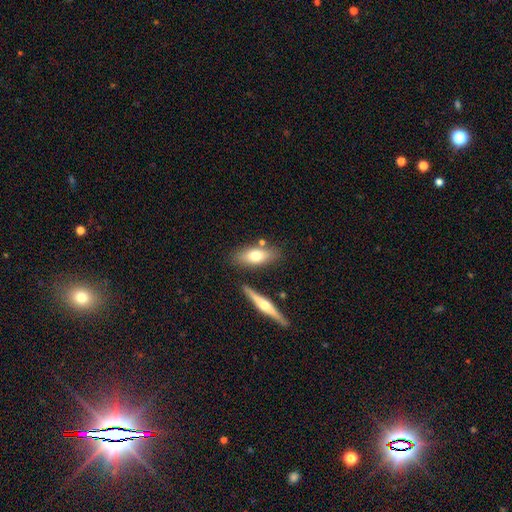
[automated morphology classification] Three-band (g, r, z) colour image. It shows a smooth galaxy with no disk features (66%) that is in between round and cigar-shaped (73%). Merging: none (72%).